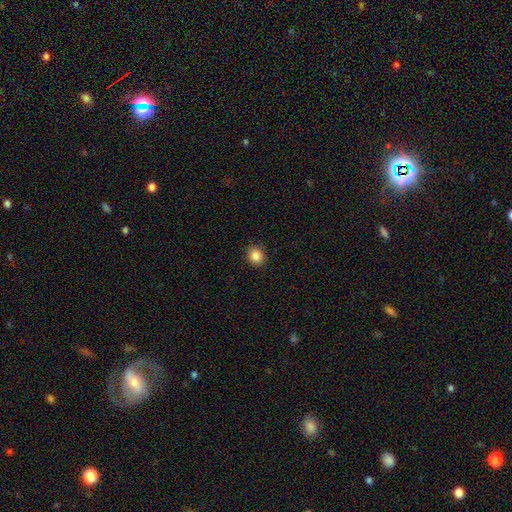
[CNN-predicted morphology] Smooth or featured: smooth — 86% (star or artifact — 10%)
How rounded: round — 65% (in between — 34%)
Merging: none — 89% (minor disturbance — 8%)